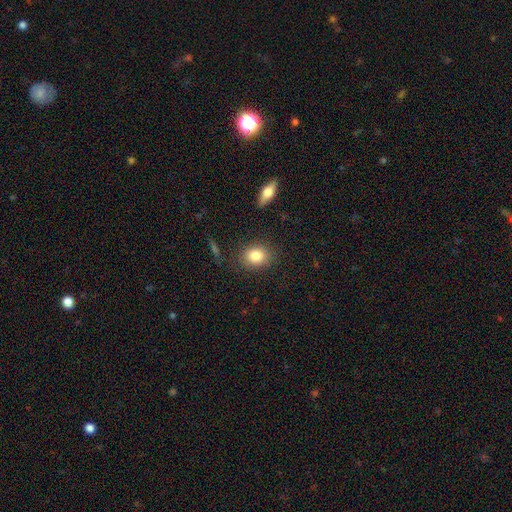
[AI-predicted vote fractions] Smooth or featured? Predicted: smooth (p=0.84). How rounded? Predicted: round (p=0.51). Merging? Predicted: none (p=0.84).